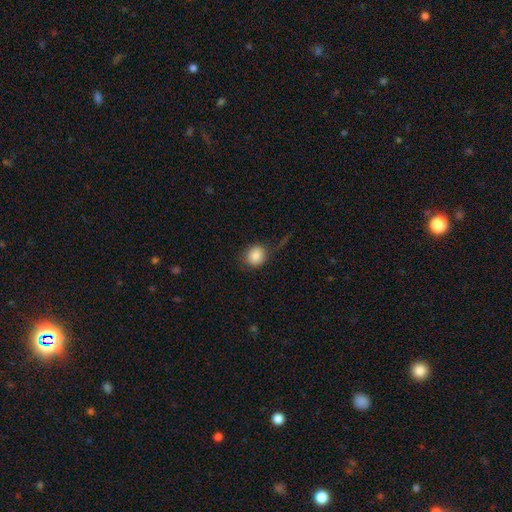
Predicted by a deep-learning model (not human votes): Smooth or featured? smooth (84%)
How rounded? round (76%)
Merging? none (71%)